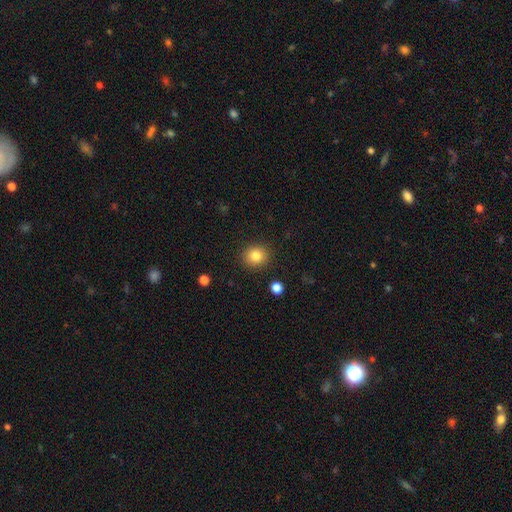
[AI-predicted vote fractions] smooth-or-featured: smooth: 83% | star or artifact: 10% | featured or disk: 7%
  how-rounded: round: 79% | in between: 20% | cigar-shaped: 1%
  merging: none: 90% | minor disturbance: 7% | major disturbance: 2% | merger: 1%